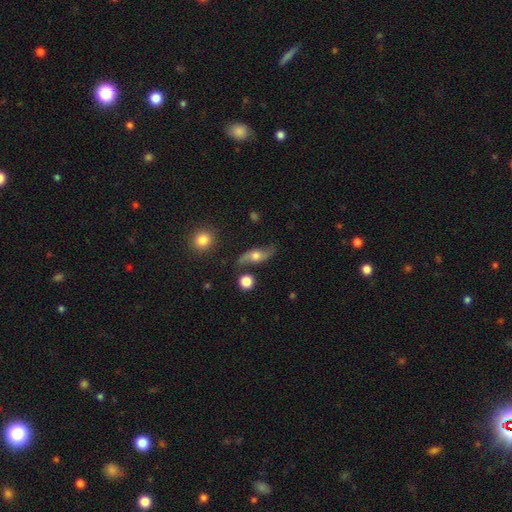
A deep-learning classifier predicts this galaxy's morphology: Smooth or featured? featured or disk (64%)
Edge-on disk? no (77%)
Merging? none (71%)